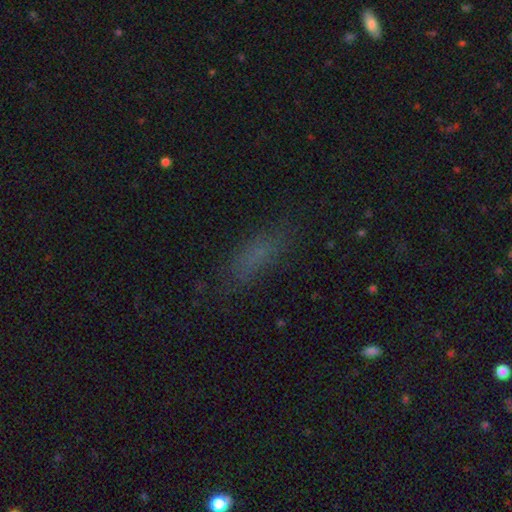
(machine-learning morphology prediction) Smooth or featured? smooth (63%)
How rounded? in between (49%)
Merging? none (75%)